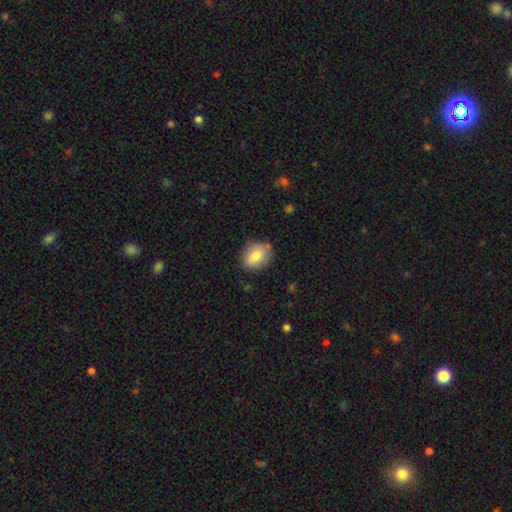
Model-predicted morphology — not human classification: Overall: smooth (81%). How rounded: in between (52%; round 47%). Merging: none (77%).